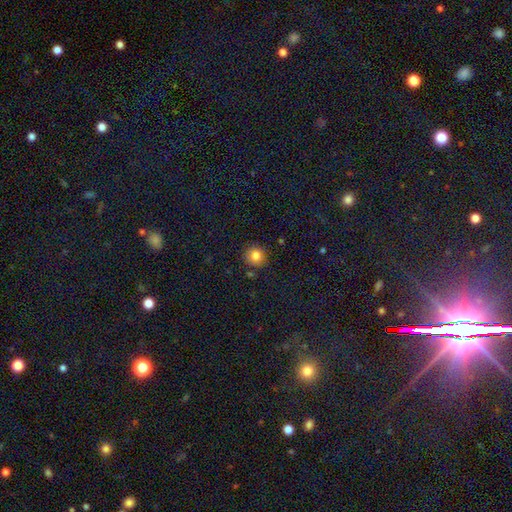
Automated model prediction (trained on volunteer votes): smooth_or_featured: smooth (p=0.82) [alt: star or artifact p=0.11]
how_rounded: round (p=0.92) [alt: in between p=0.07]
merging: none (p=0.87) [alt: minor disturbance p=0.08]